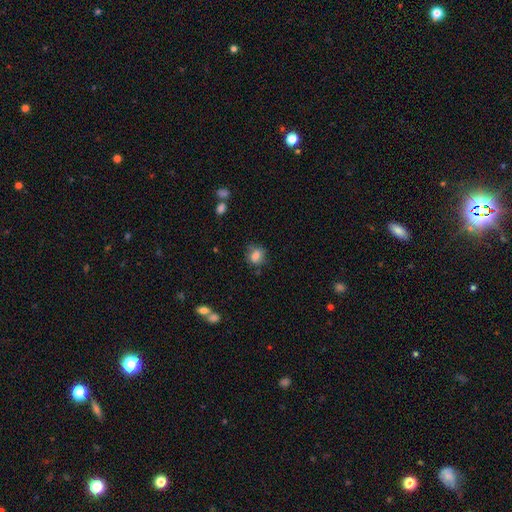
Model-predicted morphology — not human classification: Smooth or featured?
  - smooth: 77% *
  - featured or disk: 13%
  - star or artifact: 10%
How rounded?
  - round: 54% *
  - in between: 45%
  - cigar-shaped: 1%
Merging?
  - none: 62% *
  - minor disturbance: 25%
  - major disturbance: 9%
  - merger: 4%